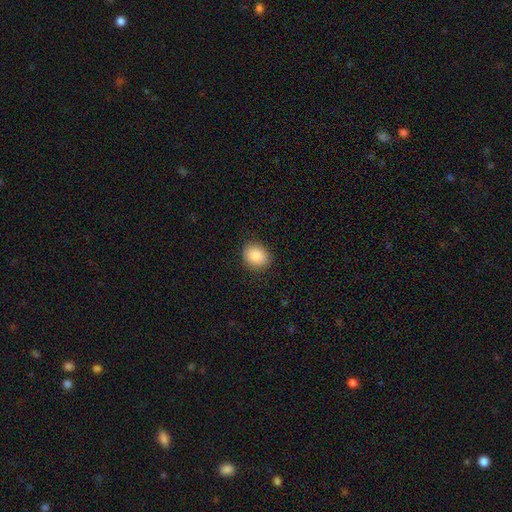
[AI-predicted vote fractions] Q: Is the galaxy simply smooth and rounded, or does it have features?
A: smooth — 88%.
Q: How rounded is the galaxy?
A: round — 58%.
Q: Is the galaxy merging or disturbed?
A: none — 87%.